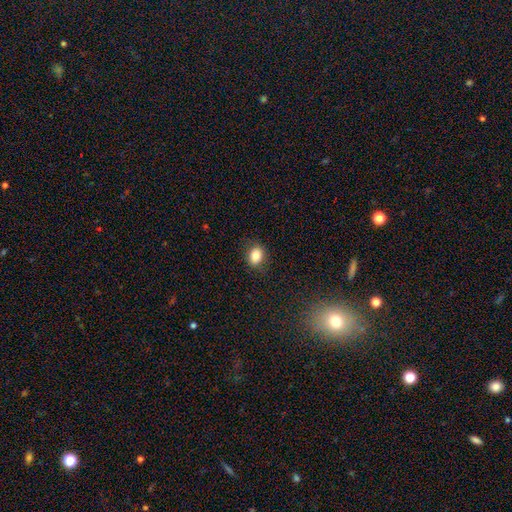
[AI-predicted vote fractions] Morphology: type=smooth (83%); roundness=in between (64%); merging=none (83%).